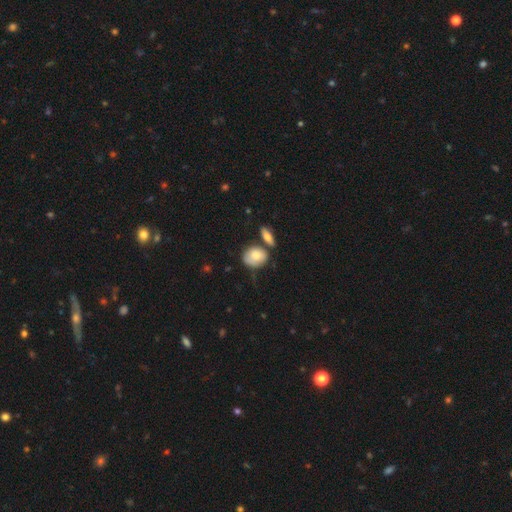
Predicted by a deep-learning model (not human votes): Smooth or featured? smooth (80%)
How rounded? in between (55%)
Merging? none (55%)